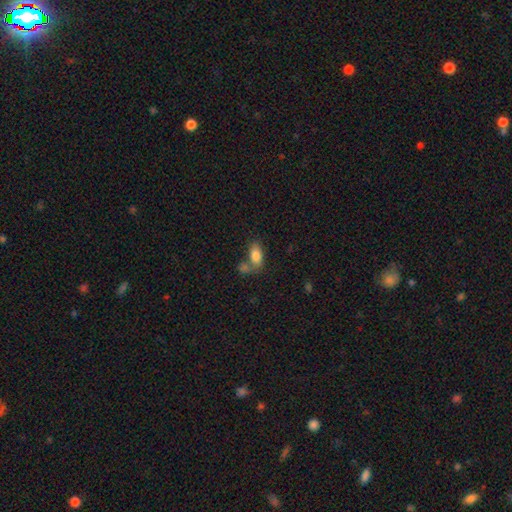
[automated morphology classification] A smooth galaxy with no disk features (82%) that is in between round and cigar-shaped (91%). Merging: none (46%).